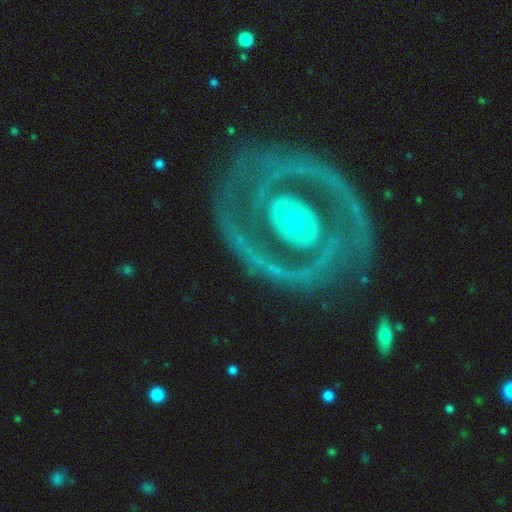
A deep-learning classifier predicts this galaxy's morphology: This is clearly a featured or disk galaxy (87%). It is clearly not viewed edge-on (96%). Bar: likely no (74%). Spiral arm pattern: likely yes (78%). Spiral arm count: possibly 2 (56%). Spiral winding: likely tight (70%). Central bulge: possibly small (50%). Merging: likely none (75%).